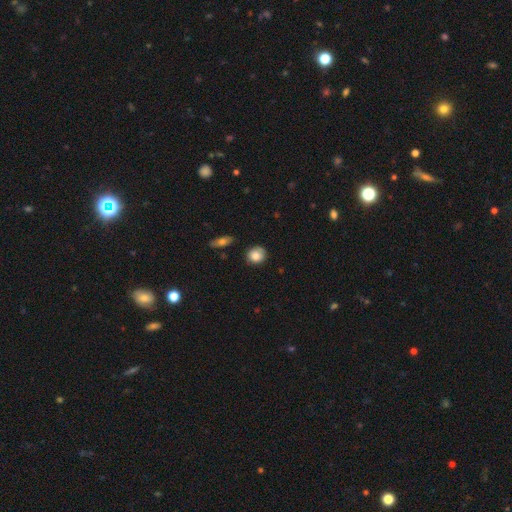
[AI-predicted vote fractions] Q: Smooth or featured?
A: smooth (83%); runner-up: featured or disk (9%)
Q: How rounded?
A: round (79%); runner-up: in between (20%)
Q: Merging?
A: none (79%); runner-up: minor disturbance (16%)